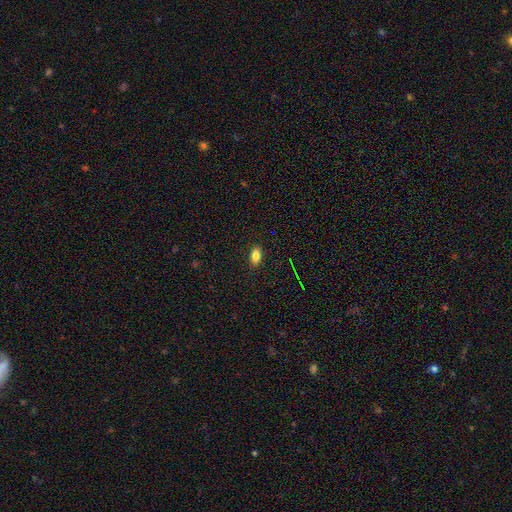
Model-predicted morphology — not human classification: This appears to be a smooth galaxy with no disk features (82%) that is in between round and cigar-shaped (88%). Merging: none (88%).